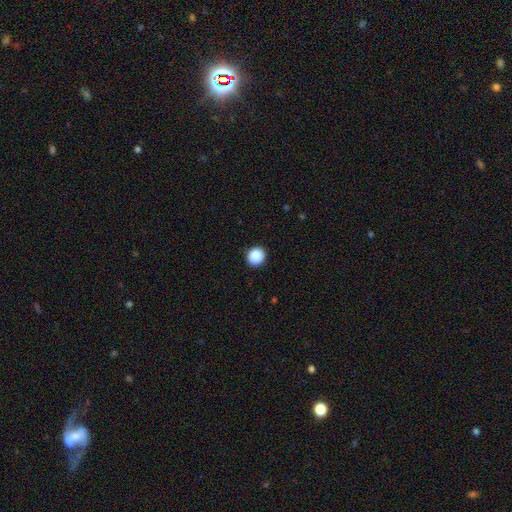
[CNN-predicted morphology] smooth_or_featured: smooth (p=0.89) [alt: star or artifact p=0.09]
how_rounded: round (p=0.90) [alt: in between p=0.09]
merging: none (p=0.91) [alt: minor disturbance p=0.06]